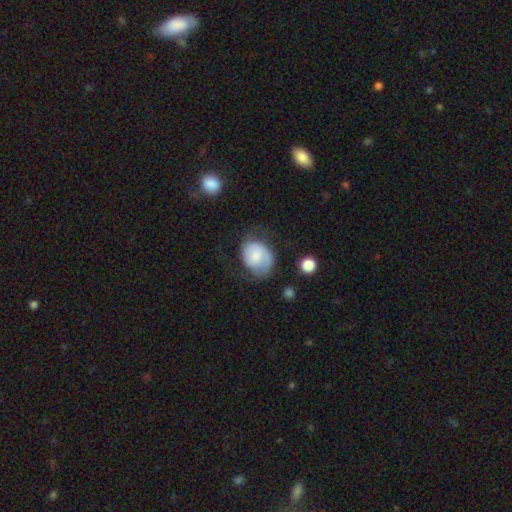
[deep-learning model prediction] Smooth or featured? smooth (56%)
How rounded? in between (54%)
Merging? none (49%)